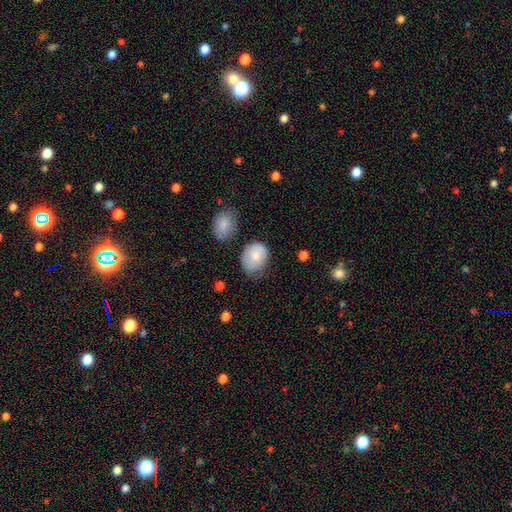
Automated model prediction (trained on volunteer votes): smooth_or_featured: smooth (p=0.74) [alt: featured or disk p=0.19]
how_rounded: in between (p=0.55) [alt: round p=0.44]
merging: none (p=0.51) [alt: minor disturbance p=0.35]